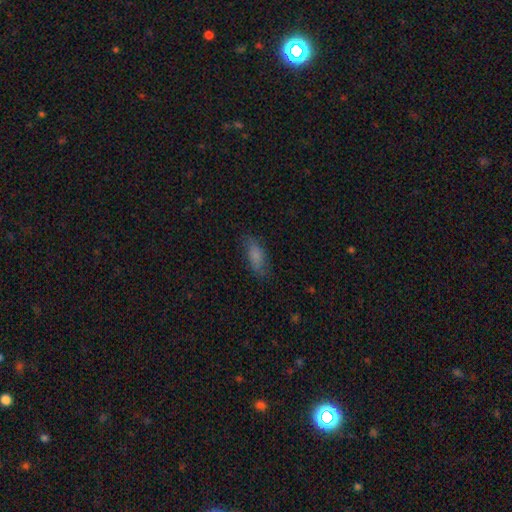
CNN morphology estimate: Smooth or featured? Predicted: smooth (p=0.78). How rounded? Predicted: in between (p=0.74). Merging? Predicted: none (p=0.72).